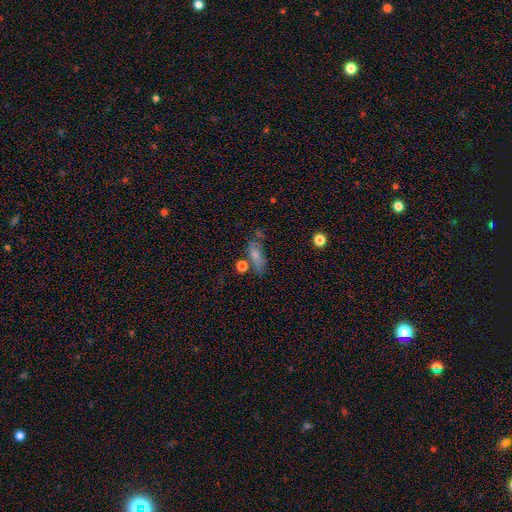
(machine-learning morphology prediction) Q: Smooth or featured?
A: smooth (68%); runner-up: featured or disk (21%)
Q: How rounded?
A: in between (70%); runner-up: cigar-shaped (23%)
Q: Merging?
A: none (54%); runner-up: minor disturbance (21%)